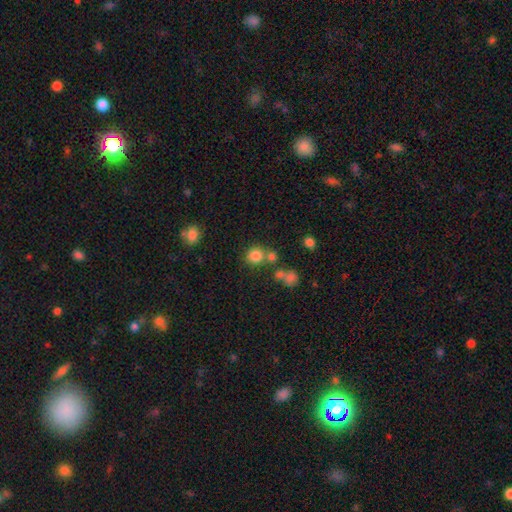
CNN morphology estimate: Q: Smooth or featured?
A: smooth (80%); runner-up: star or artifact (13%)
Q: How rounded?
A: round (89%); runner-up: in between (10%)
Q: Merging?
A: none (67%); runner-up: merger (20%)